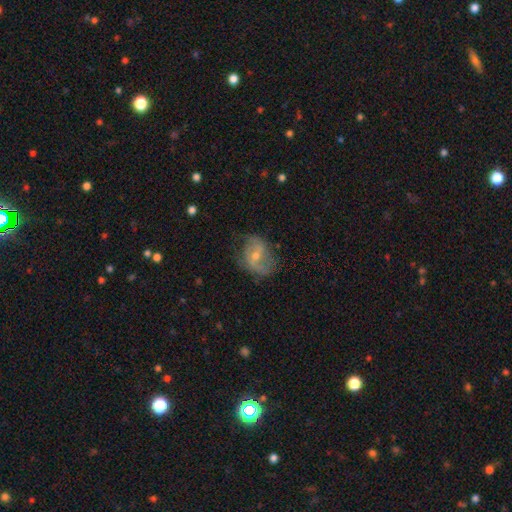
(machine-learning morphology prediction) smooth-or-featured: featured or disk: 64% | smooth: 26% | star or artifact: 10%
  disk-edge-on: no: 96% | yes: 4%
    bar: weak: 44% | no: 39% | strong: 17%
    has-spiral-arms: yes: 79% | no: 21%
    bulge-size: small: 52% | moderate: 42% | none: 3% | large: 2% | dominant: 1%
  merging: none: 64% | minor disturbance: 23% | major disturbance: 12% | merger: 2%